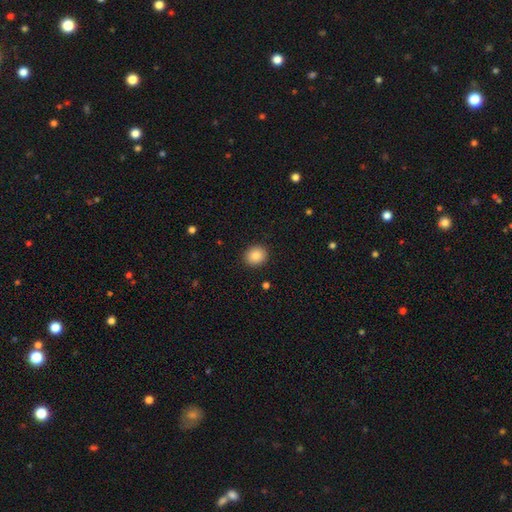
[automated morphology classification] smooth 87%, star or artifact 9%, featured or disk 5%. Down the decision tree: how rounded — round (76%); merging — none (91%).